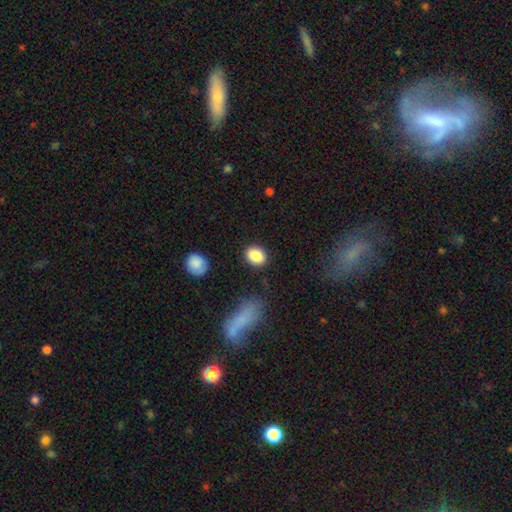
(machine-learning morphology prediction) A smooth galaxy with no disk features (87%) that is in between round and cigar-shaped (58%). Merging: none (84%).